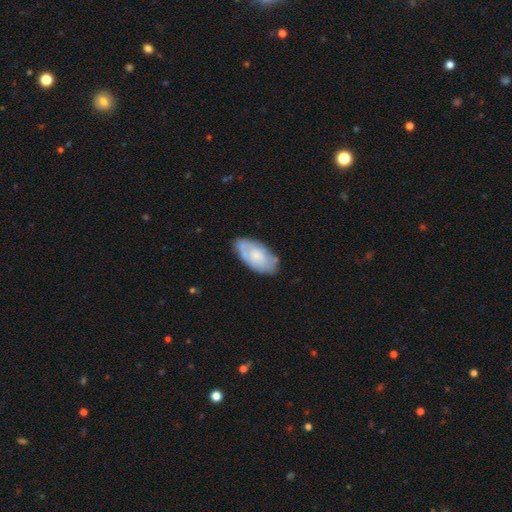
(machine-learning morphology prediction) This is possibly a smooth galaxy (55%). How rounded: clearly in between (93%). Merging: likely none (71%).